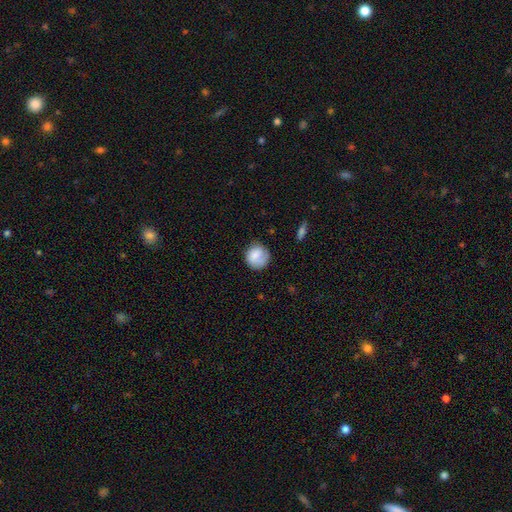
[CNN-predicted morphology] Smooth or featured: smooth — 77% (featured or disk — 16%)
How rounded: round — 85% (in between — 14%)
Merging: none — 67% (minor disturbance — 22%)